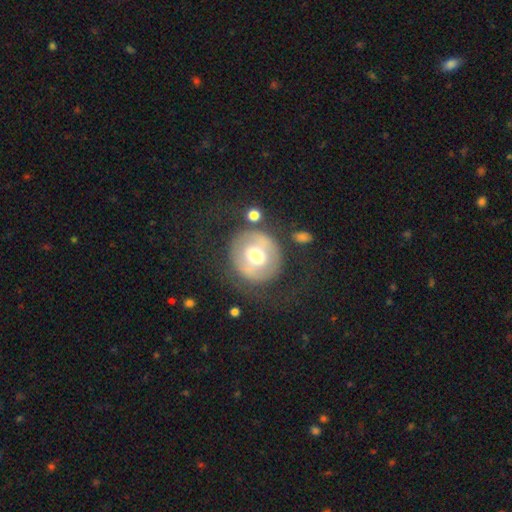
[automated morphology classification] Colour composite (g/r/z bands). It shows a featured or disk galaxy (47%). Merging: none (65%).